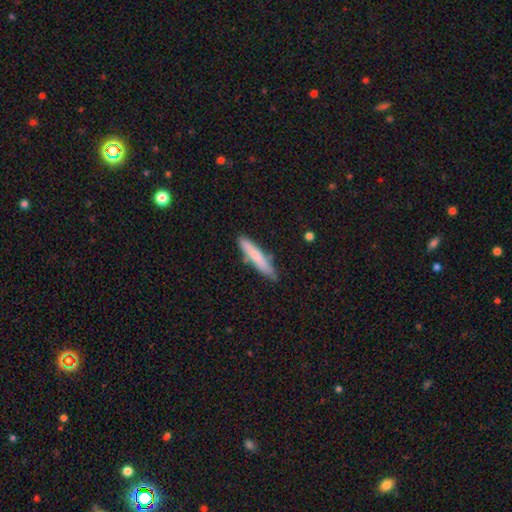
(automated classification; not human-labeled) Overall: smooth (72%). How rounded: cigar-shaped (91%). Merging: none (81%).